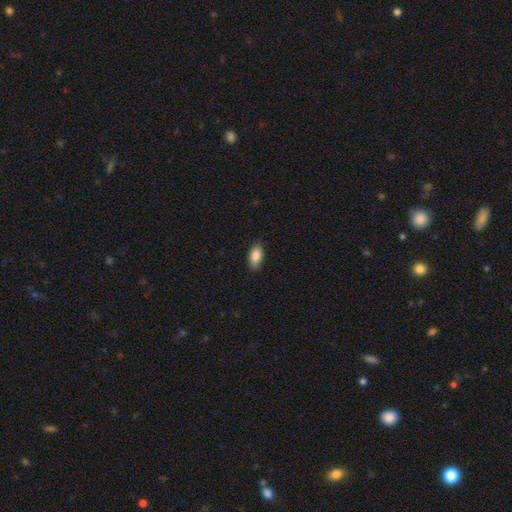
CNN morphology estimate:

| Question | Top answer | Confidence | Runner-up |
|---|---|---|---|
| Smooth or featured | smooth | 87% | star or artifact (7%) |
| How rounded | in between | 92% | cigar-shaped (4%) |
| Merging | none | 87% | minor disturbance (10%) |